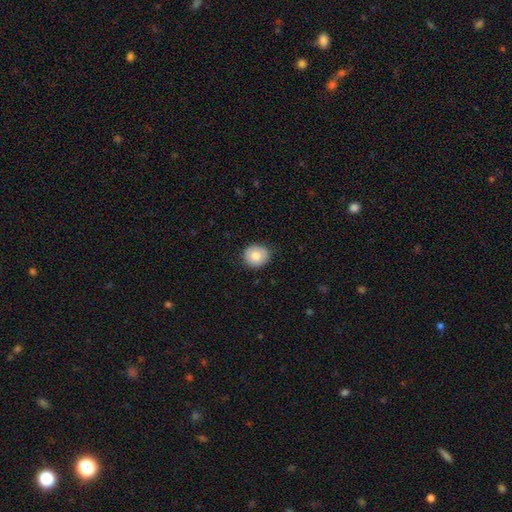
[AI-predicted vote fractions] This appears to be a smooth galaxy with no disk features (78%) that is round (83%). Merging: none (87%).